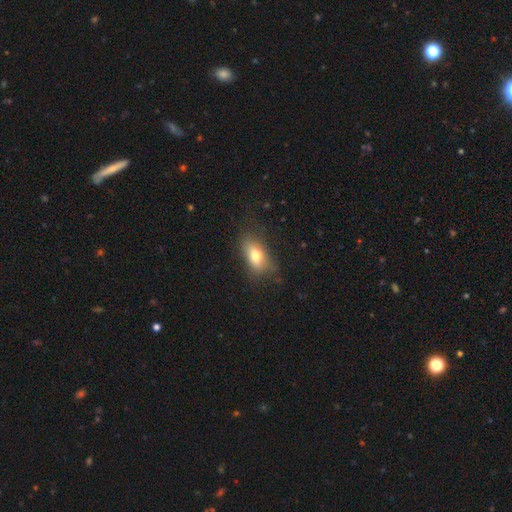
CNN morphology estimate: Overall: smooth (74%). How rounded: in between (86%). Merging: none (67%).